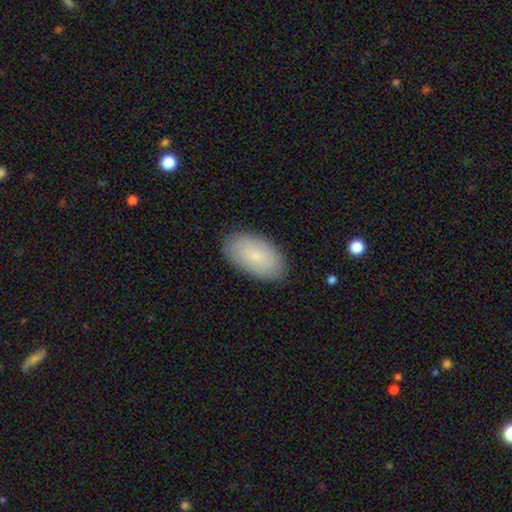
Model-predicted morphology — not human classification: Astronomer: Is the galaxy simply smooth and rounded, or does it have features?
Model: smooth — 80%.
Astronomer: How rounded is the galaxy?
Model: in between — 95%.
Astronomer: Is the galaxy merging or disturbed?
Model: none — 85%.